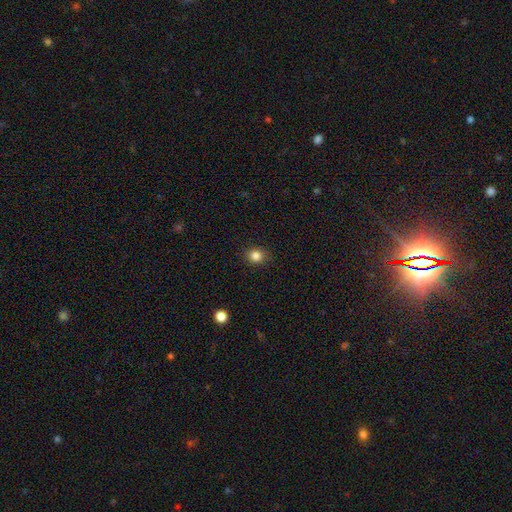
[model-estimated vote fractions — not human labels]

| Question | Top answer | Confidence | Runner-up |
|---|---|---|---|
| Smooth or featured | smooth | 83% | star or artifact (12%) |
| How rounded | round | 77% | in between (22%) |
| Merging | none | 88% | minor disturbance (9%) |